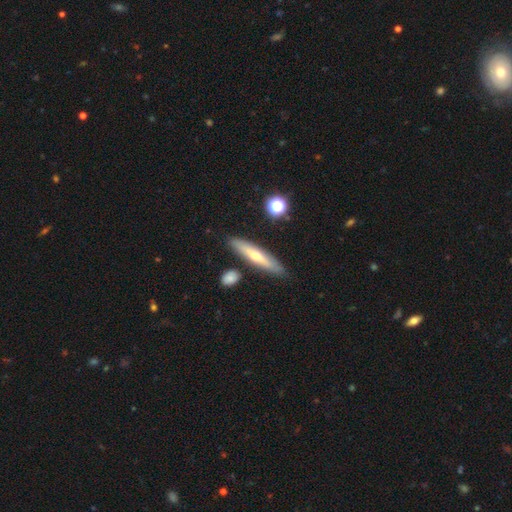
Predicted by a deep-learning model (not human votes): A featured or disk galaxy (51%) viewed edge-on (85%).

Vote fractions:
- Smooth or featured? featured or disk: 51% / smooth: 42% / star or artifact: 7%
- Edge-on disk? yes: 85% / no: 15%
- Merging? none: 85% / minor disturbance: 9% / merger: 4% / major disturbance: 2%